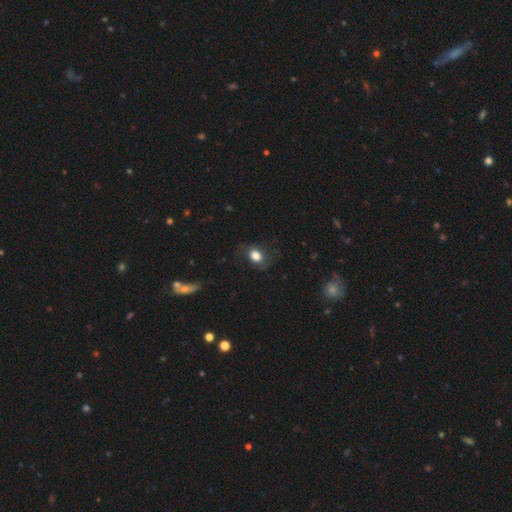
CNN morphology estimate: Overall: smooth (80%). How rounded: in between (54%; round 44%). Merging: none (71%).